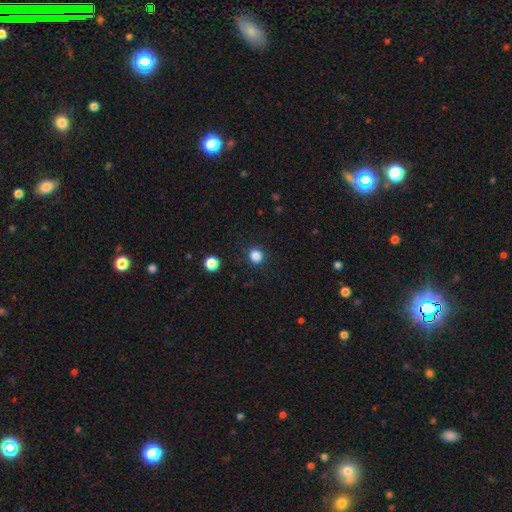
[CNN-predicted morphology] Smooth or featured? smooth (84%)
How rounded? round (89%)
Merging? none (90%)